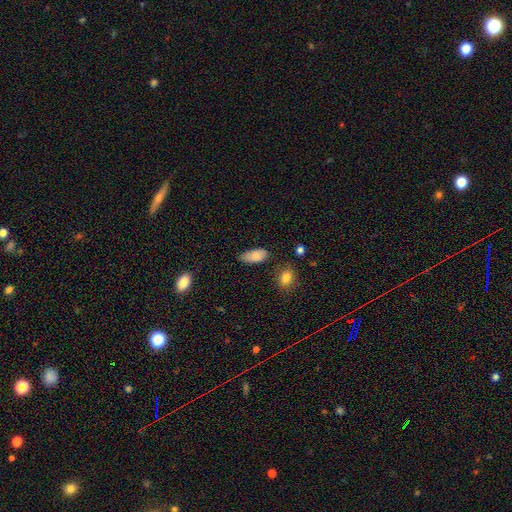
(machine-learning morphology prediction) type=smooth (83%); roundness=in between (91%); merging=none (55%).